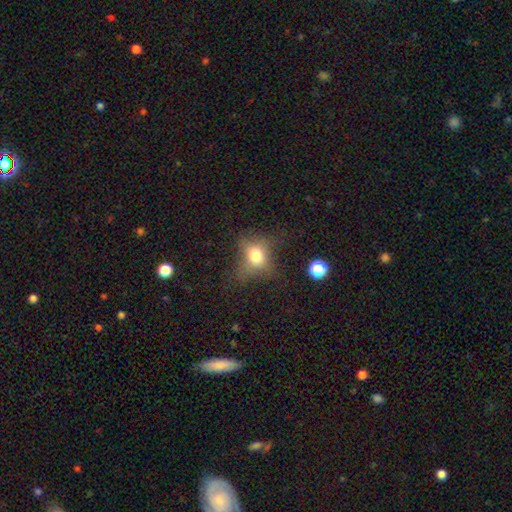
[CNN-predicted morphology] The model was most divided on "how rounded": in between: 53%, round: 44%, cigar-shaped: 3%. Remaining: smooth or featured — smooth (66%); merging — none (48%).